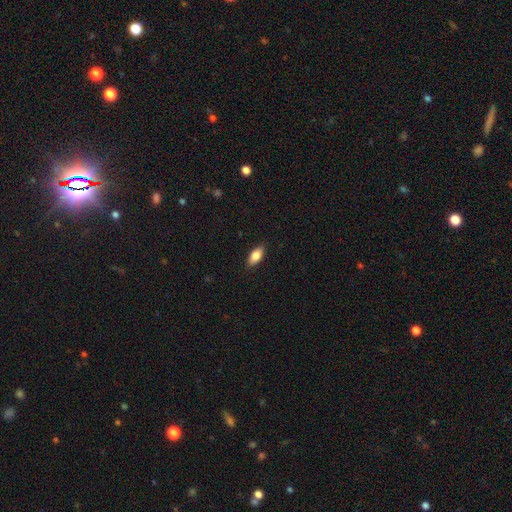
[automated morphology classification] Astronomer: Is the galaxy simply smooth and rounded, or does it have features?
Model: smooth — 77%.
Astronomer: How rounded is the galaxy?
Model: in between — 83%.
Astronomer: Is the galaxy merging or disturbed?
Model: none — 88%.